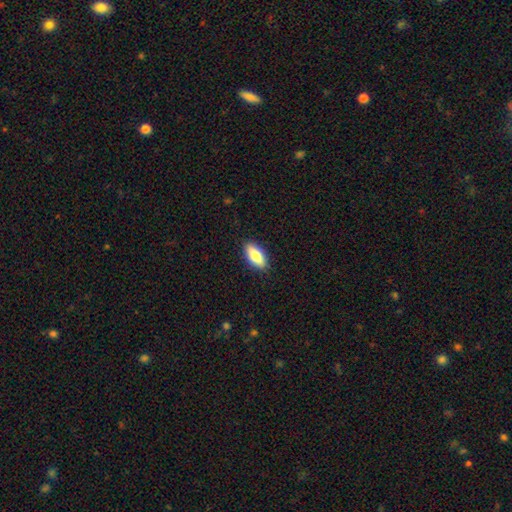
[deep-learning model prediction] smooth-or-featured: smooth: 79% | featured or disk: 15% | star or artifact: 6%
  how-rounded: in between: 84% | cigar-shaped: 13% | round: 3%
  merging: none: 89% | minor disturbance: 9% | major disturbance: 2% | merger: 1%